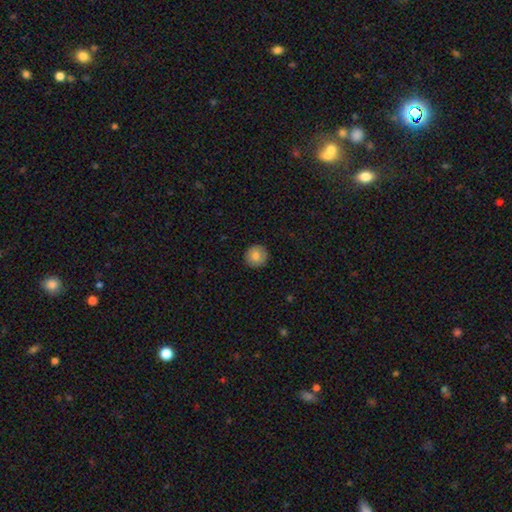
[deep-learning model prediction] Smooth or featured?
  - smooth: 80% *
  - featured or disk: 12%
  - star or artifact: 8%
How rounded?
  - round: 95% *
  - in between: 5%
  - cigar-shaped: 1%
Merging?
  - none: 91% *
  - minor disturbance: 7%
  - major disturbance: 2%
  - merger: 1%